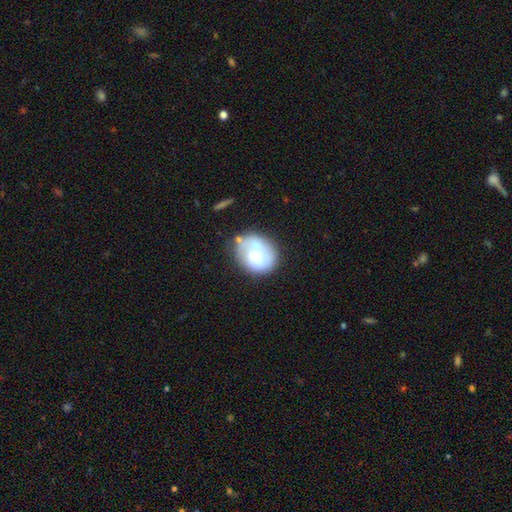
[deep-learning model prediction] smooth 56%, featured or disk 36%, star or artifact 8%. Down the decision tree: how rounded — round (55%); merging — none (57%).